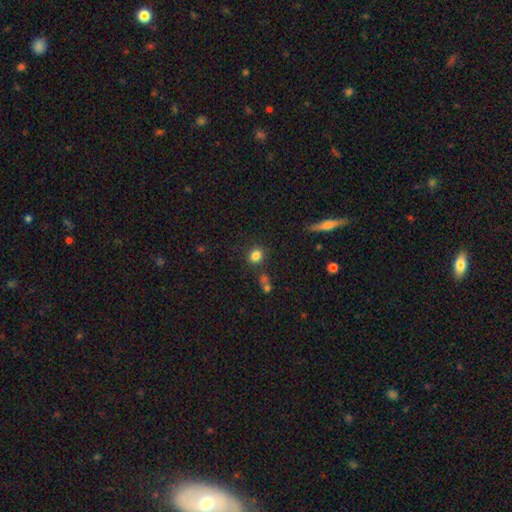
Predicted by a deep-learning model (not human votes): This appears to be a smooth galaxy with no disk features (82%) that is round (75%). Merging: none (82%).